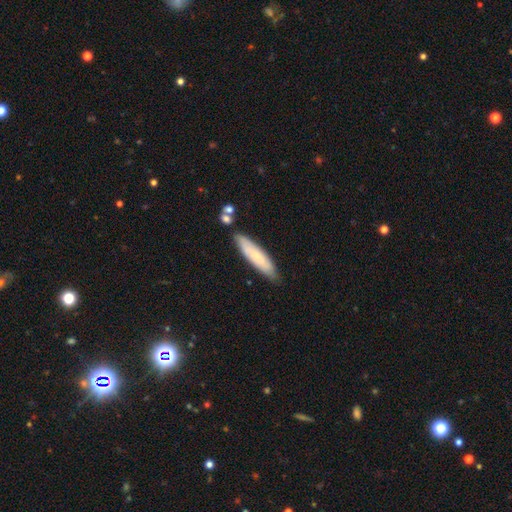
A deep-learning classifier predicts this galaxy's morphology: This is likely a smooth galaxy (65%). How rounded: likely cigar-shaped (76%). Merging: likely none (78%).